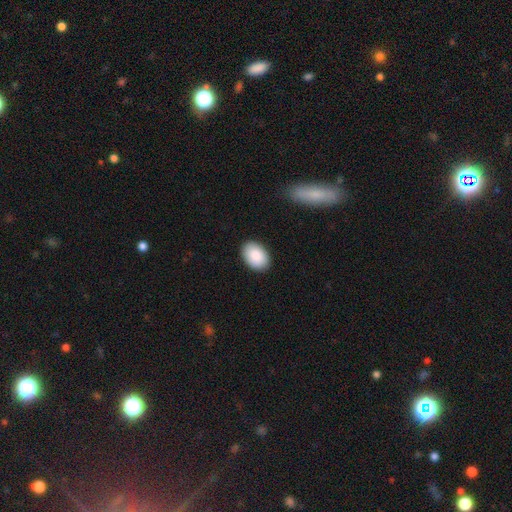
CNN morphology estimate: A smooth galaxy with no disk features (89%) that is in between round and cigar-shaped (87%). Merging: none (89%).